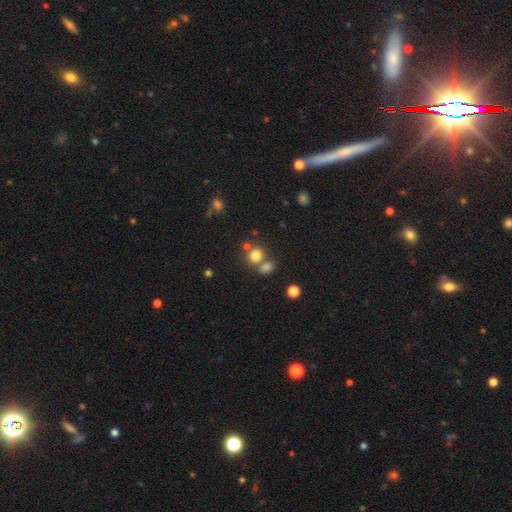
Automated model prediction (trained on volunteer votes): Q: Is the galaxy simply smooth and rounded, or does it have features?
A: smooth — 76%.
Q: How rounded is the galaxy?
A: round — 77%.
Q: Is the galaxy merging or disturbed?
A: none — 55%.